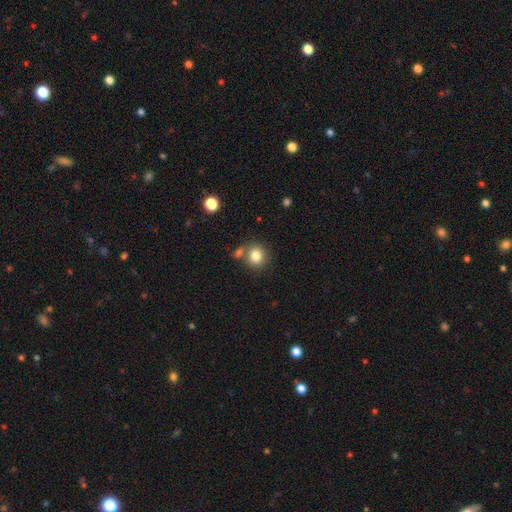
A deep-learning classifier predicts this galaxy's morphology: type=smooth (81%); roundness=round (82%); merging=none (67%).